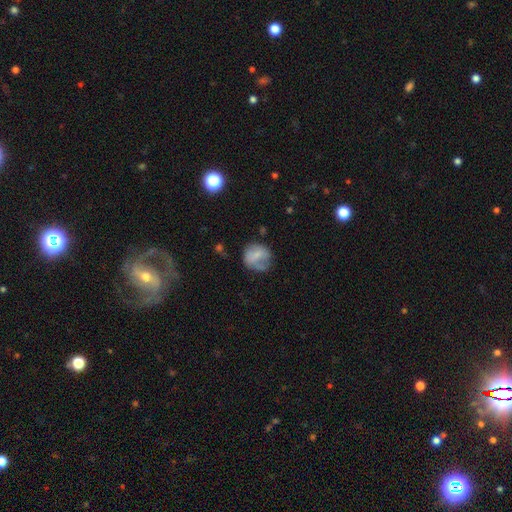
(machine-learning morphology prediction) Overall: smooth (65%; featured or disk 27%). How rounded: round (72%). Merging: none (45%; minor disturbance 30%).